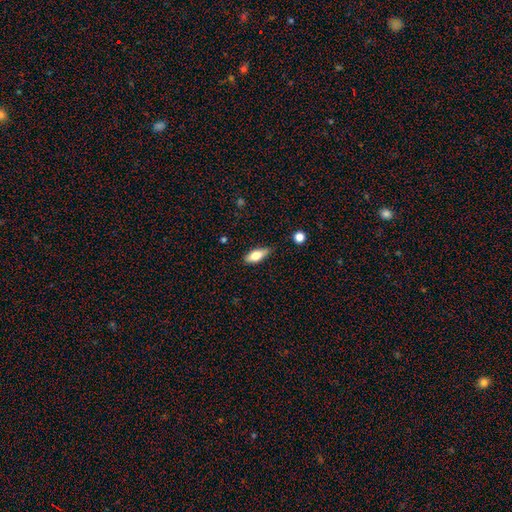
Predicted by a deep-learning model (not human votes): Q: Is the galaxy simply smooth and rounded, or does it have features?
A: smooth — 71%.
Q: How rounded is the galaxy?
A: in between — 78%.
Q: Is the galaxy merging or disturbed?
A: none — 77%.